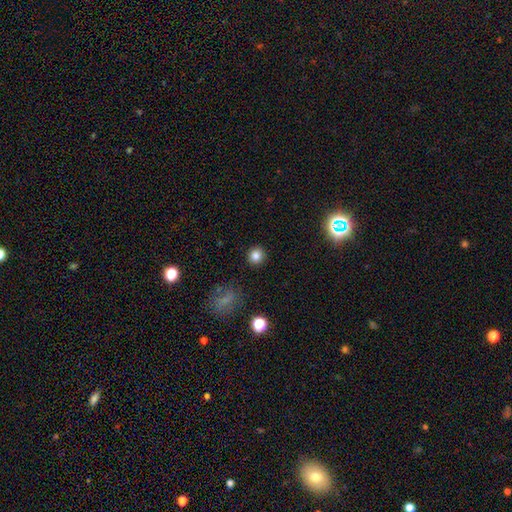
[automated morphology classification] type=smooth (82%); roundness=round (90%); merging=none (91%).